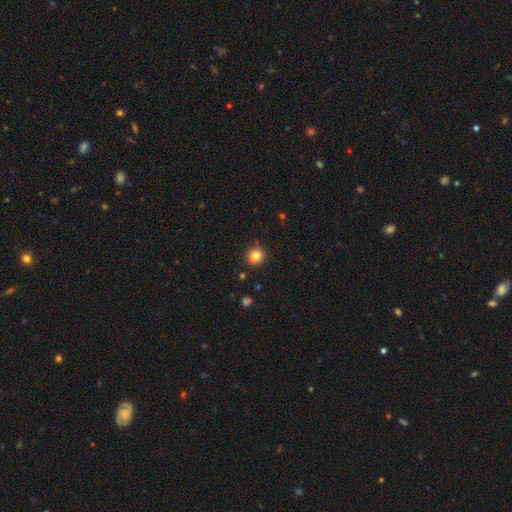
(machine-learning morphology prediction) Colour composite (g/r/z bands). It shows a smooth galaxy with no disk features (81%) that is round (89%). Merging: none (87%).